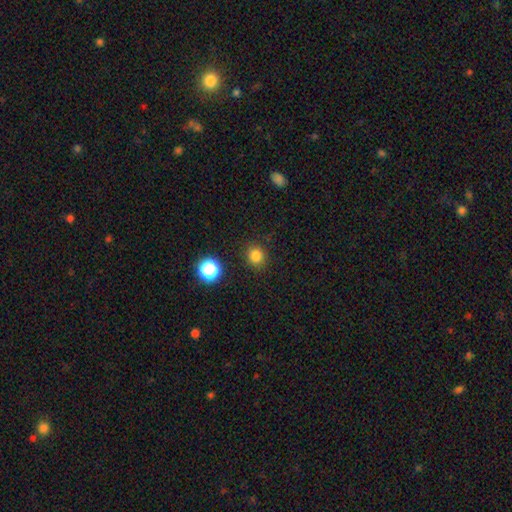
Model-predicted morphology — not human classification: smooth 82%, star or artifact 14%, featured or disk 4%. Down the decision tree: how rounded — round (85%); merging — none (89%).